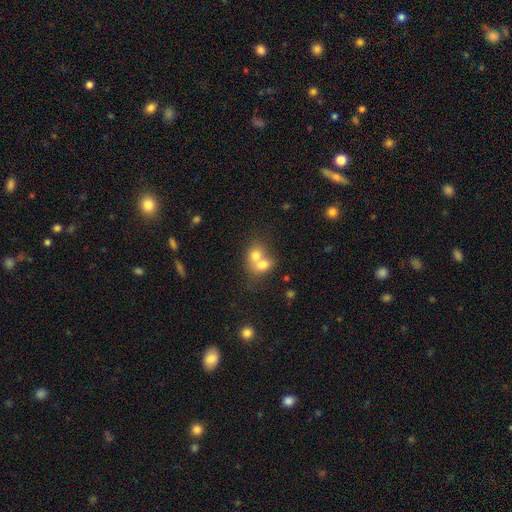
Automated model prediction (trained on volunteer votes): This is likely a smooth galaxy (71%). How rounded: possibly round (52%). Merging: likely merger (72%).